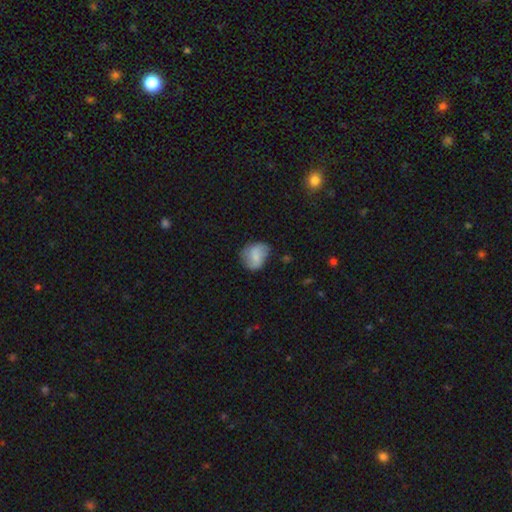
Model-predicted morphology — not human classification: smooth_or_featured: smooth (p=0.68) [alt: featured or disk p=0.24]
how_rounded: round (p=0.52) [alt: in between p=0.46]
merging: none (p=0.57) [alt: minor disturbance p=0.30]